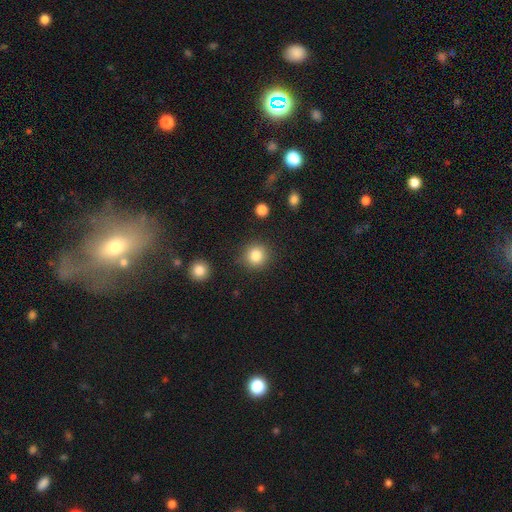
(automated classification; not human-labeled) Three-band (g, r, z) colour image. It shows a smooth galaxy with no disk features (84%) that is round (92%). Merging: none (87%).